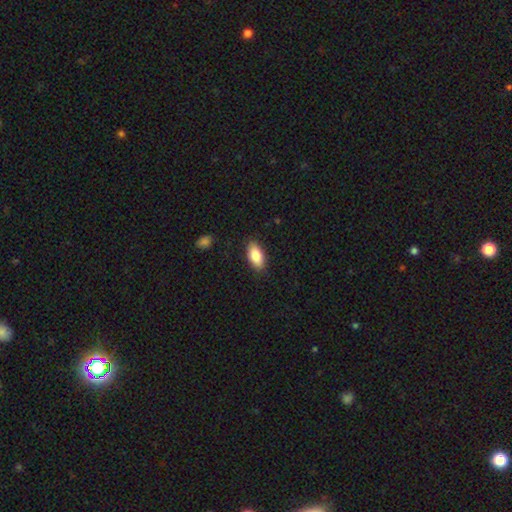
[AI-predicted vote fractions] Overall: smooth (84%). How rounded: in between (89%). Merging: none (87%).